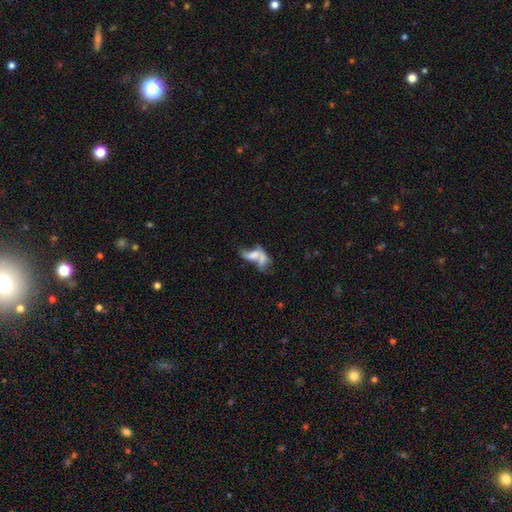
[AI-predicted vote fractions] Smooth or featured: smooth — 45% (featured or disk — 42%)
Merging: merger — 57% (major disturbance — 19%)